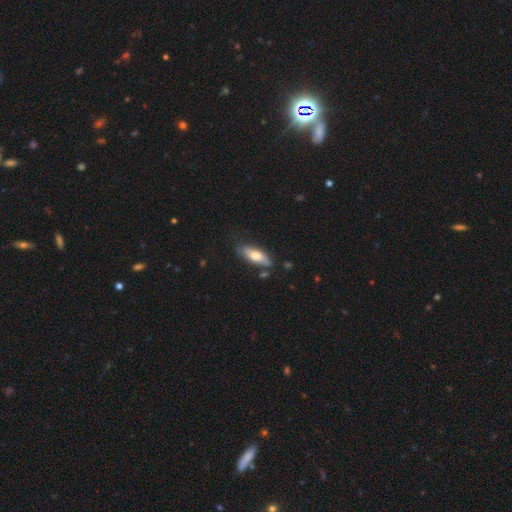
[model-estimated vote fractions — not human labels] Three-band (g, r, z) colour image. It shows a smooth galaxy with no disk features (63%) that is in between round and cigar-shaped (63%). Merging: none (74%).